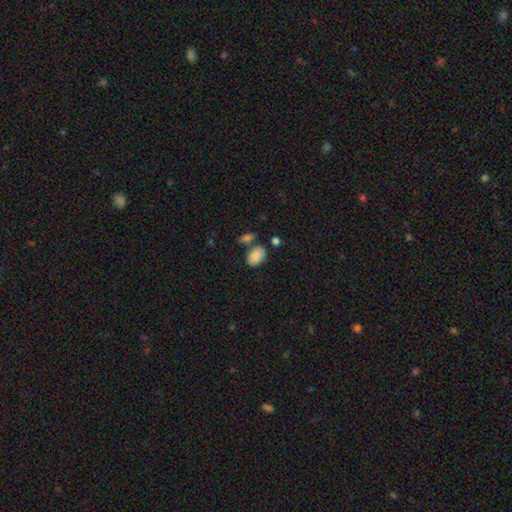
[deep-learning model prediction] Smooth or featured? smooth (85%)
How rounded? in between (90%)
Merging? none (65%)